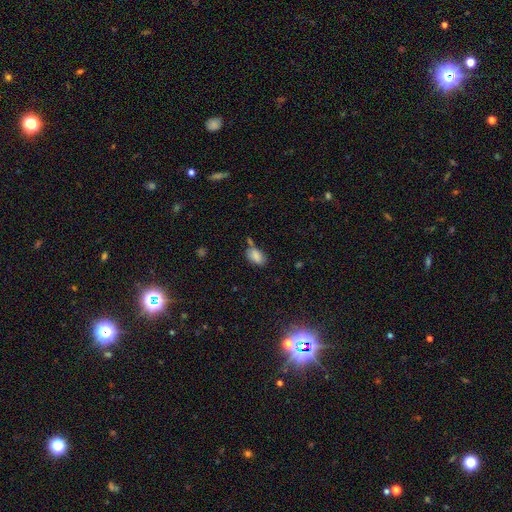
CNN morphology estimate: Smooth or featured?
  - smooth: 83% *
  - star or artifact: 9%
  - featured or disk: 7%
How rounded?
  - in between: 91% *
  - round: 7%
  - cigar-shaped: 2%
Merging?
  - none: 56% *
  - minor disturbance: 23%
  - merger: 14%
  - major disturbance: 6%